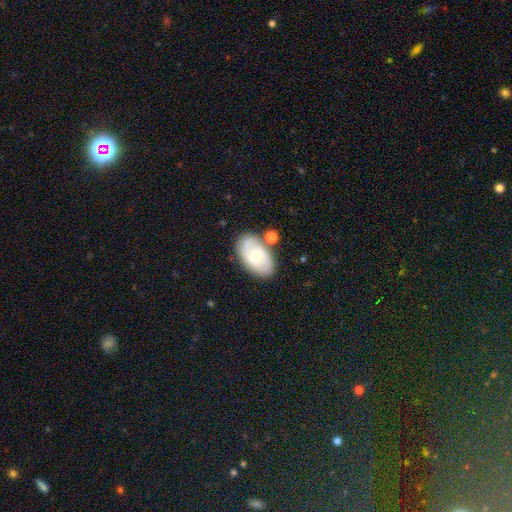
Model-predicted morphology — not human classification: type=featured or disk (63%); edge-on=no (95%); bar=no (50%); spiral arms=yes (84%); winding=medium (46%); arm count=2 (80%); bulge=small (52%); merging=none (74%).